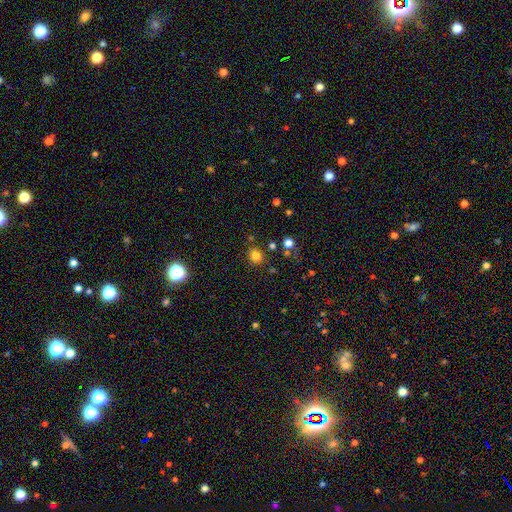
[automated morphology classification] This is likely a smooth galaxy (80%). How rounded: likely round (76%). Merging: clearly none (83%).